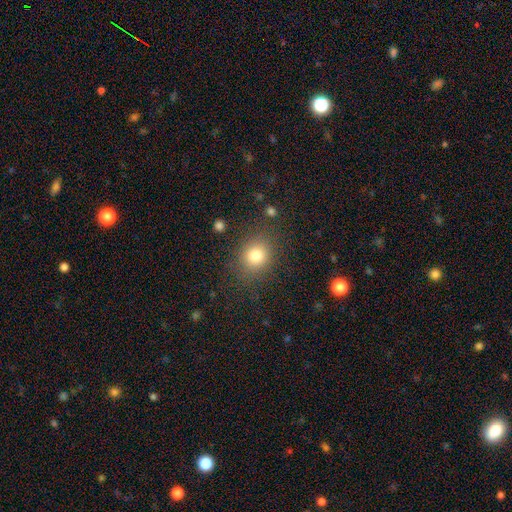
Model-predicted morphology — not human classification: The model was most divided on "how rounded": round: 66%, in between: 33%, cigar-shaped: 1%. More confident: merging — none (82%); smooth or featured — smooth (80%).